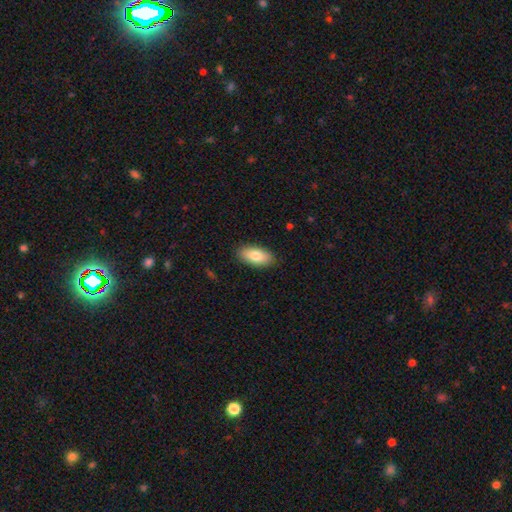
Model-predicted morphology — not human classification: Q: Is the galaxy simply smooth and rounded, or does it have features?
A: smooth — 80%.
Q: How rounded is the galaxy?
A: in between — 91%.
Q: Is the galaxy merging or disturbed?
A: none — 89%.